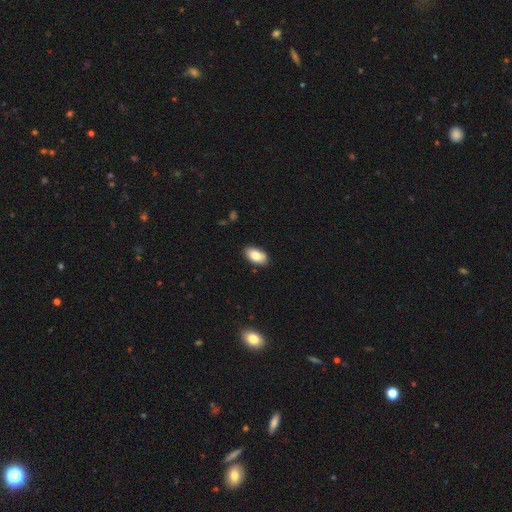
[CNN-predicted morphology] This appears to be a smooth galaxy with no disk features (82%) that is in between round and cigar-shaped (94%). Merging: none (88%).